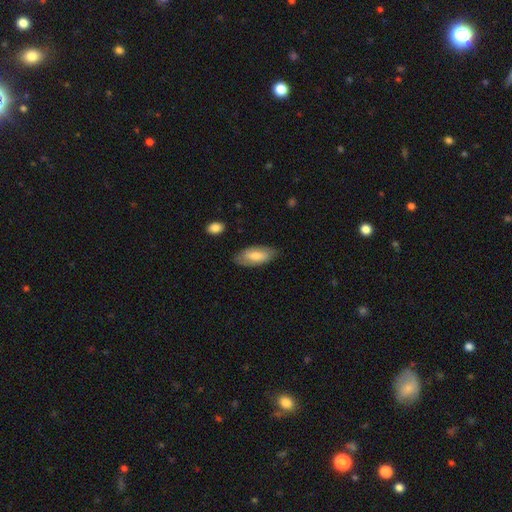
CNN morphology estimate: A smooth galaxy with no disk features (65%) that is in between round and cigar-shaped (89%).

Vote fractions:
- Smooth or featured? smooth: 65% / featured or disk: 29% / star or artifact: 6%
- How rounded? in between: 89% / cigar-shaped: 8% / round: 2%
- Merging? none: 80% / minor disturbance: 15% / major disturbance: 3% / merger: 1%